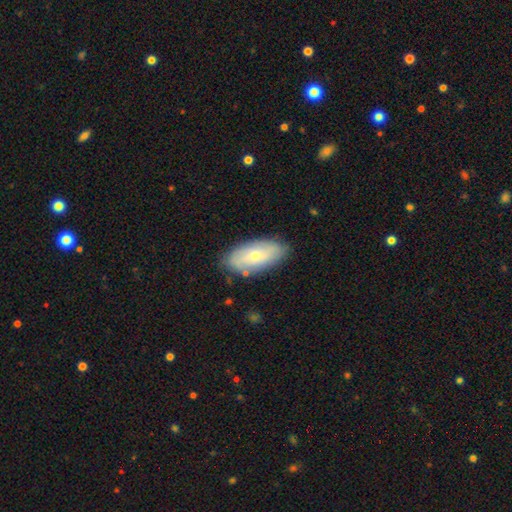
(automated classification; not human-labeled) A smooth galaxy with no disk features (61%) that is in between round and cigar-shaped (91%).

Vote fractions:
- Smooth or featured? smooth: 61% / featured or disk: 33% / star or artifact: 6%
- How rounded? in between: 91% / cigar-shaped: 6% / round: 3%
- Merging? none: 80% / minor disturbance: 14% / major disturbance: 3% / merger: 2%